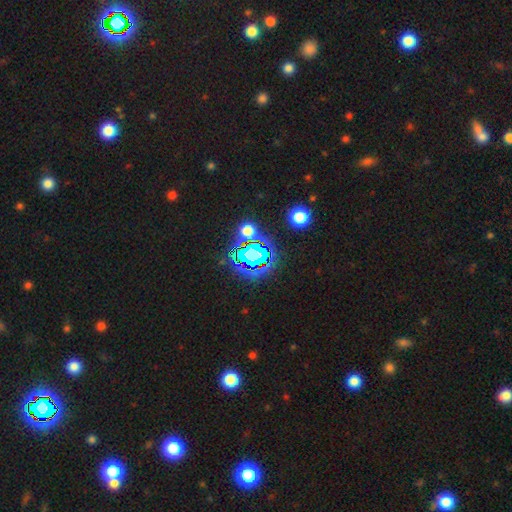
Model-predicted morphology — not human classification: This is likely a star or artifact rather than a galaxy (80%).